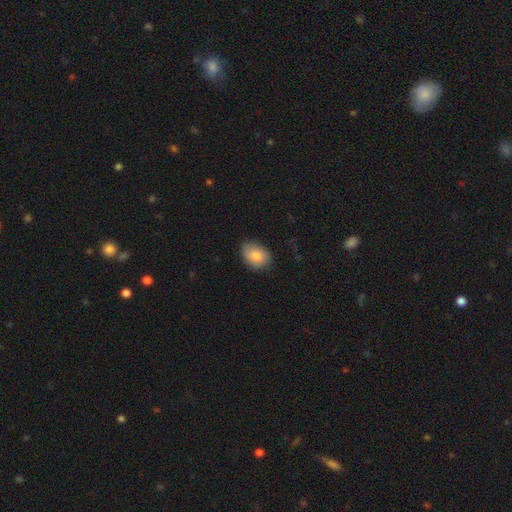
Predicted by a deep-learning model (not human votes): This appears to be a smooth galaxy with no disk features (86%) that is in between round and cigar-shaped (76%). Merging: none (75%).